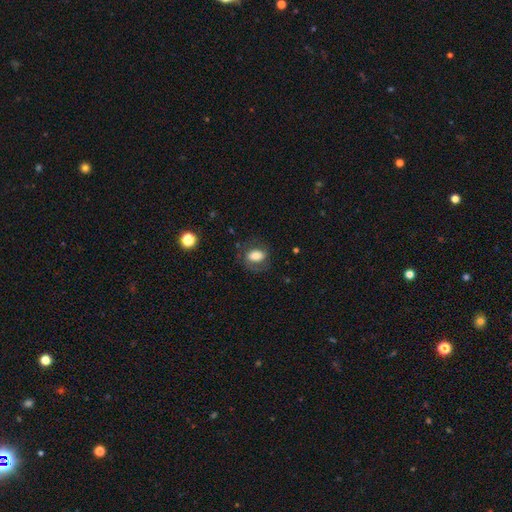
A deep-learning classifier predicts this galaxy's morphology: Overall: smooth (67%). How rounded: in between (79%). Merging: none (66%).